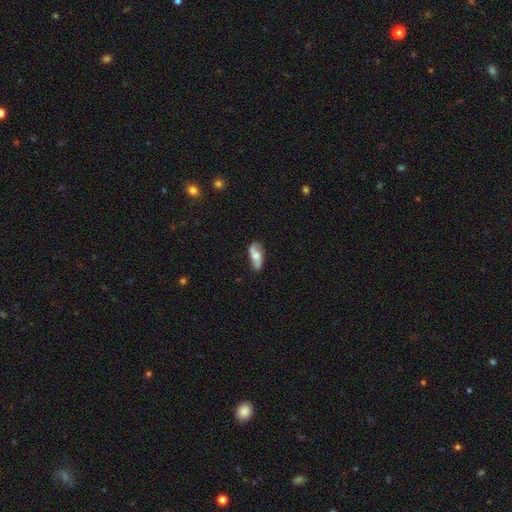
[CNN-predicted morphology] Smooth or featured? Predicted: smooth (p=0.52). How rounded? Predicted: in between (p=0.83). Merging? Predicted: none (p=0.60).